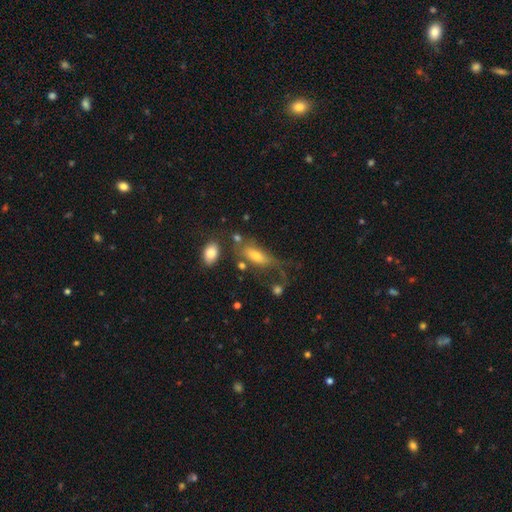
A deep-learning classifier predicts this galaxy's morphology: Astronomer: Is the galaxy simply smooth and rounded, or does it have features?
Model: smooth — 60%.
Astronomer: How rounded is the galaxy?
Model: in between — 73%.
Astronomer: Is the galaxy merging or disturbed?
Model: none — 39% (runner-up: major disturbance, 26%).